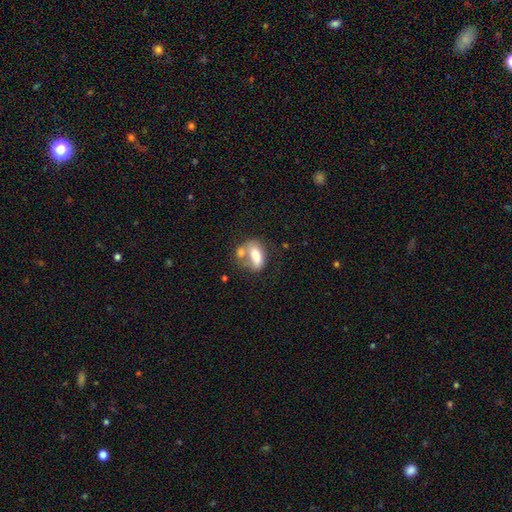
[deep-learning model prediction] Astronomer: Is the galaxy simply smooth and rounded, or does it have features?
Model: smooth — 71%.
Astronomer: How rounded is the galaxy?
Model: in between — 88%.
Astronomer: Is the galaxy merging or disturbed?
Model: merger — 50%.